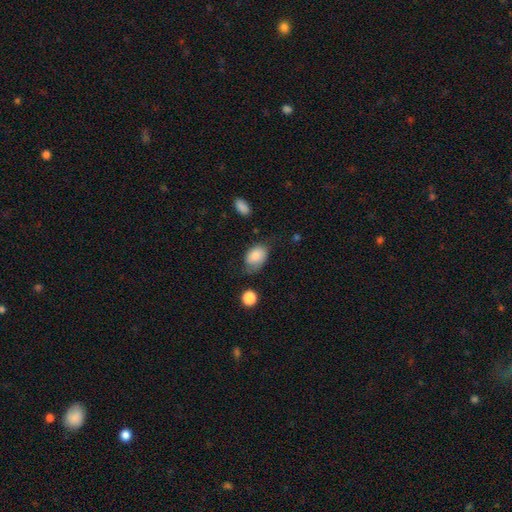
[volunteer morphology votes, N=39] smooth-or-featured: smooth: 79% | featured or disk: 10% | star or artifact: 10%
  how-rounded: in between: 84% | round: 16% | cigar-shaped: 0%
  merging: none: 51% | minor disturbance: 31% | major disturbance: 14% | merger: 3%